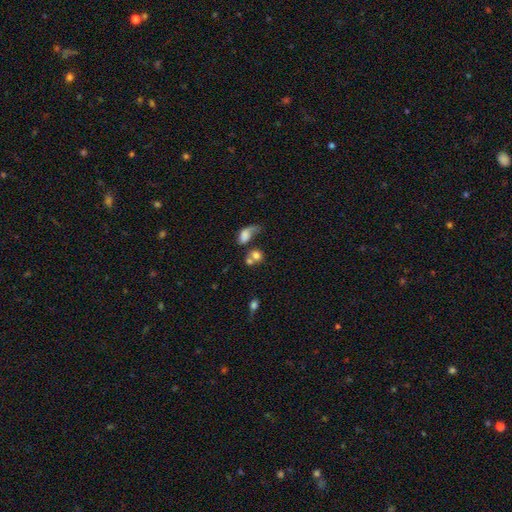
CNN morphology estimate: smooth 71%, featured or disk 16%, star or artifact 12%. Down the decision tree: how rounded — round (60%); merging — merger (40%).